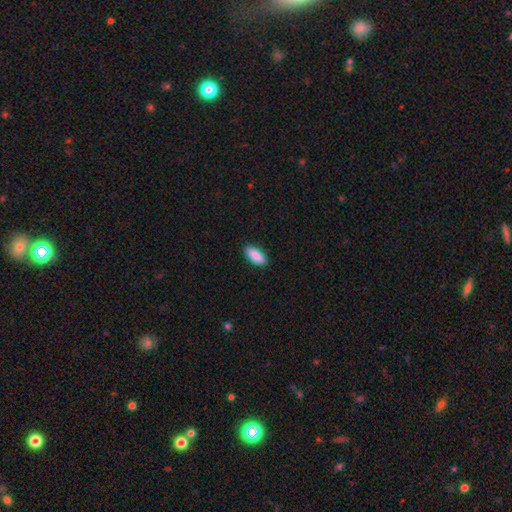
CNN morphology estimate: Smooth or featured?
  - smooth: 90% *
  - star or artifact: 6%
  - featured or disk: 4%
How rounded?
  - in between: 79% *
  - cigar-shaped: 19%
  - round: 2%
Merging?
  - none: 90% *
  - minor disturbance: 8%
  - major disturbance: 2%
  - merger: 1%